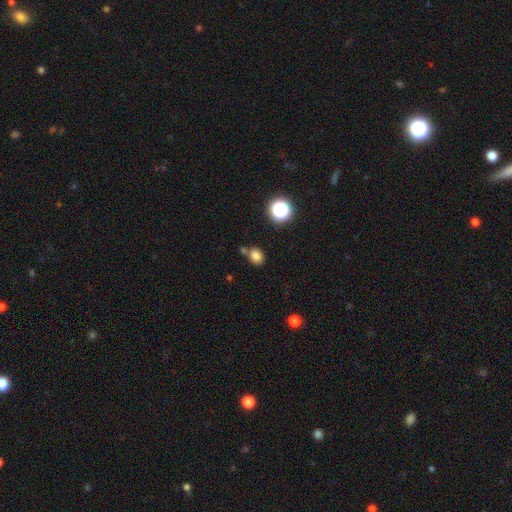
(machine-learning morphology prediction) smooth_or_featured: smooth (p=0.80) [alt: star or artifact p=0.14]
how_rounded: in between (p=0.53) [alt: round p=0.46]
merging: none (p=0.67) [alt: merger p=0.16]